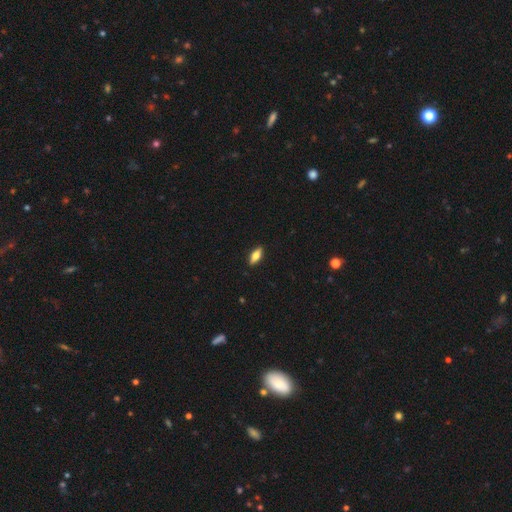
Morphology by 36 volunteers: Smooth or featured? 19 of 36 (53%) said smooth. How rounded? 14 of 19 (74%) said in between. Merging? 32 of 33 (97%) said none.